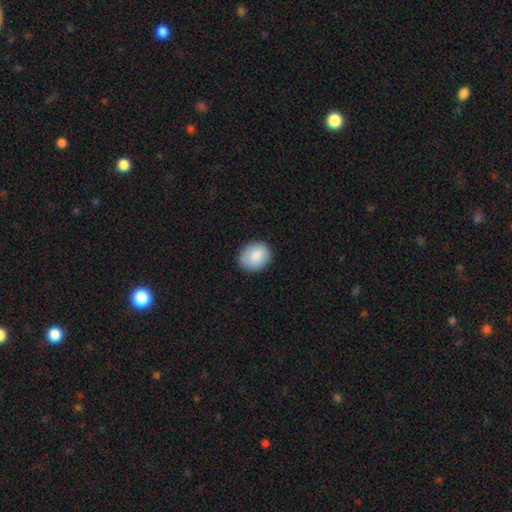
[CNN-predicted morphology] smooth_or_featured: smooth (p=0.88) [alt: star or artifact p=0.07]
how_rounded: round (p=0.52) [alt: in between p=0.47]
merging: none (p=0.86) [alt: minor disturbance p=0.11]